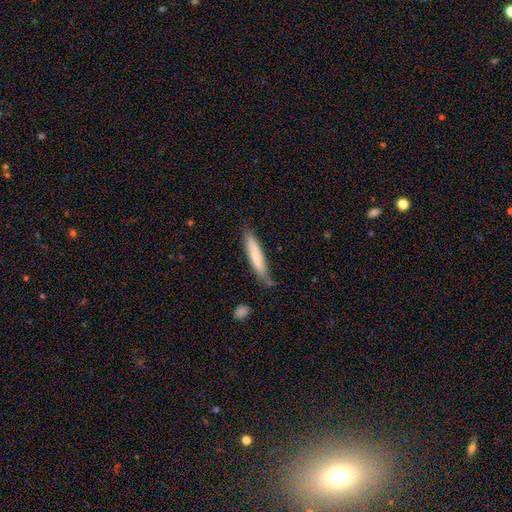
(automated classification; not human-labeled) Smooth or featured? smooth (74%)
How rounded? cigar-shaped (90%)
Merging? none (72%)